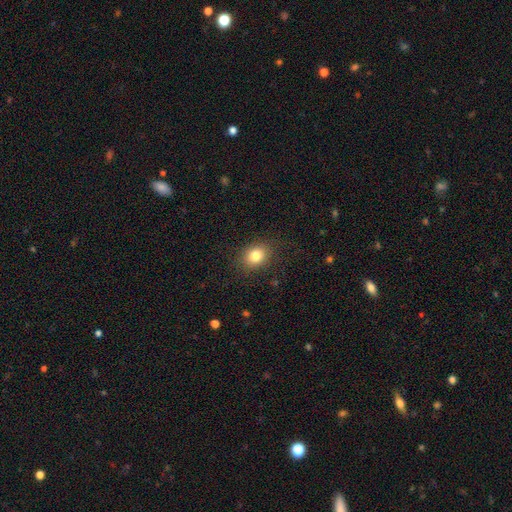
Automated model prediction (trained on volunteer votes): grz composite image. It shows a smooth galaxy with no disk features (81%) that is round (50%). Merging: none (85%).